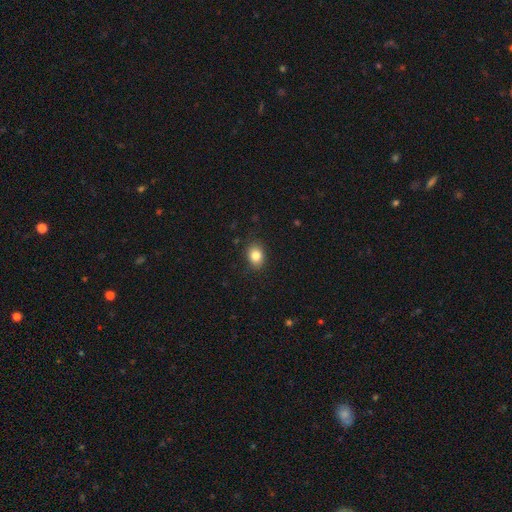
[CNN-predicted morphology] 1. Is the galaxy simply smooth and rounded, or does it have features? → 83% smooth, 10% star or artifact, 7% featured or disk.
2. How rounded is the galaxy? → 62% in between, 37% round, 1% cigar-shaped.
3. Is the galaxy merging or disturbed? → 87% none, 10% minor disturbance, 2% major disturbance, 1% merger.